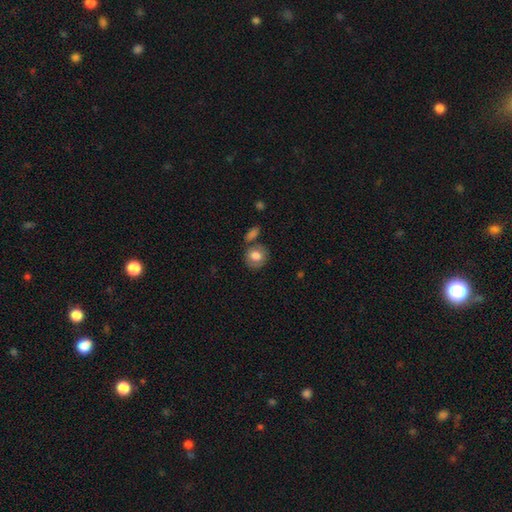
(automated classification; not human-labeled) Q: Smooth or featured?
A: smooth (77%); runner-up: featured or disk (16%)
Q: How rounded?
A: round (75%); runner-up: in between (24%)
Q: Merging?
A: none (67%); runner-up: merger (14%)